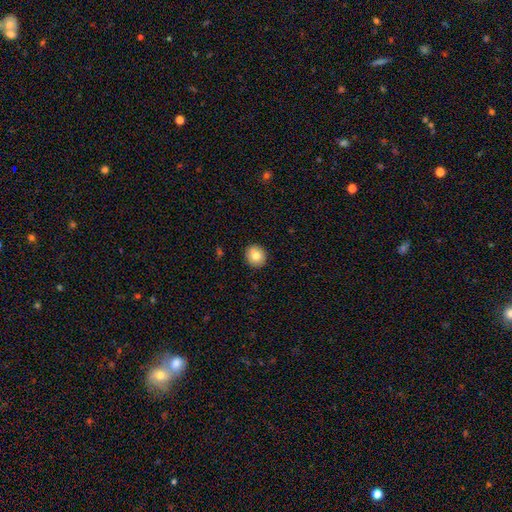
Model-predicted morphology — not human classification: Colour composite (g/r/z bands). It shows a smooth galaxy with no disk features (78%) that is round (85%). Merging: none (87%).